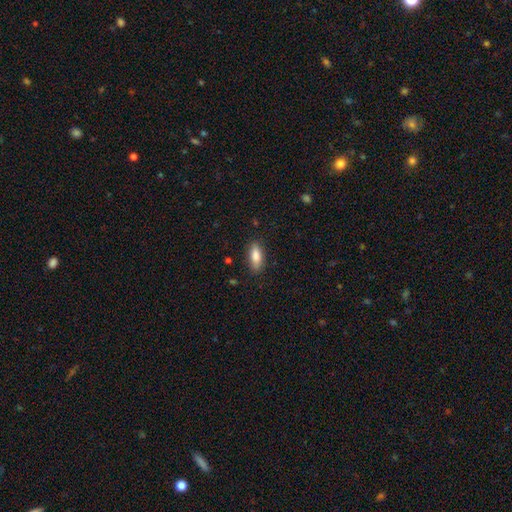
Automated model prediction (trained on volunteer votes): Morphology: type=smooth (84%); roundness=in between (75%); merging=none (84%).